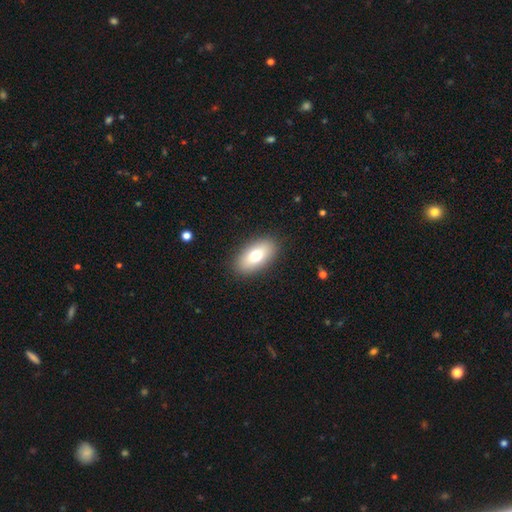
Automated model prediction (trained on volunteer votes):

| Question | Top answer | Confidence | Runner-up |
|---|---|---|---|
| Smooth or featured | smooth | 74% | featured or disk (18%) |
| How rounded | in between | 91% | round (5%) |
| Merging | none | 88% | minor disturbance (8%) |